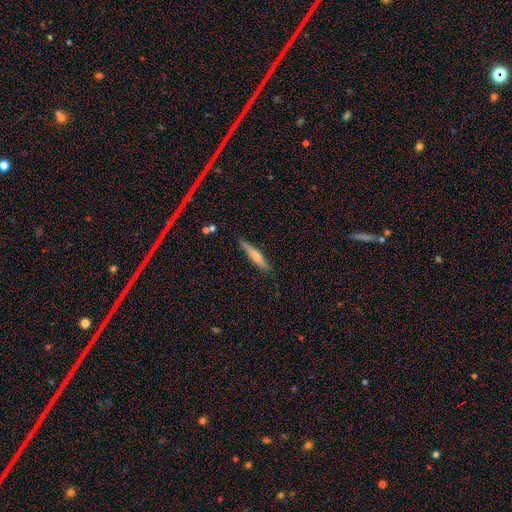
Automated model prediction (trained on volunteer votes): Smooth or featured? Predicted: smooth (p=0.67). How rounded? Predicted: cigar-shaped (p=0.88). Merging? Predicted: none (p=0.77).